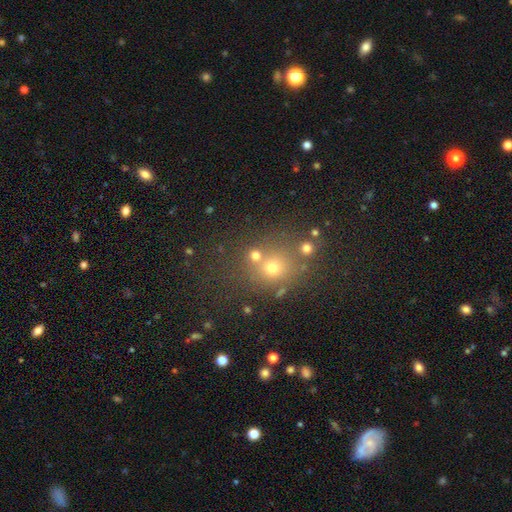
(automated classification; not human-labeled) smooth 68%, star or artifact 23%, featured or disk 10%. Down the decision tree: how rounded — round (84%); merging — none (64%).